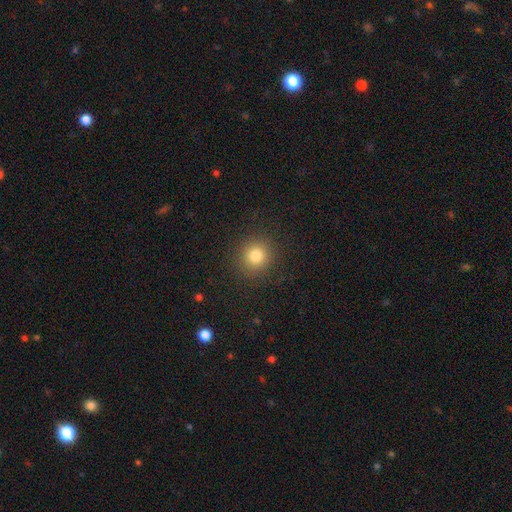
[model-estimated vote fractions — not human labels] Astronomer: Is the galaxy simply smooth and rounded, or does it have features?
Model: smooth — 80%.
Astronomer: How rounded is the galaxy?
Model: round — 92%.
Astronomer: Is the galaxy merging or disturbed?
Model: none — 90%.